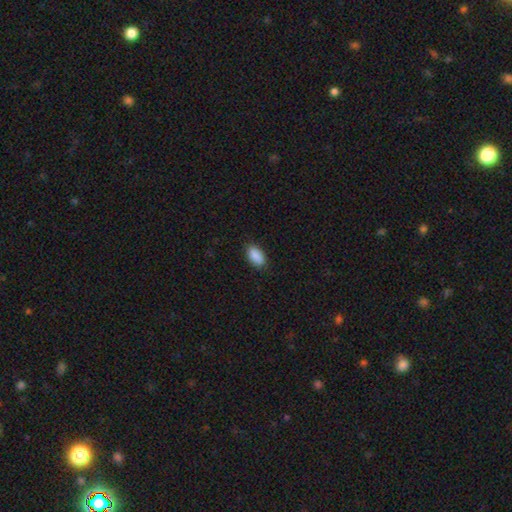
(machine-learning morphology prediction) This is clearly a smooth galaxy (90%). How rounded: clearly in between (93%). Merging: clearly none (85%).